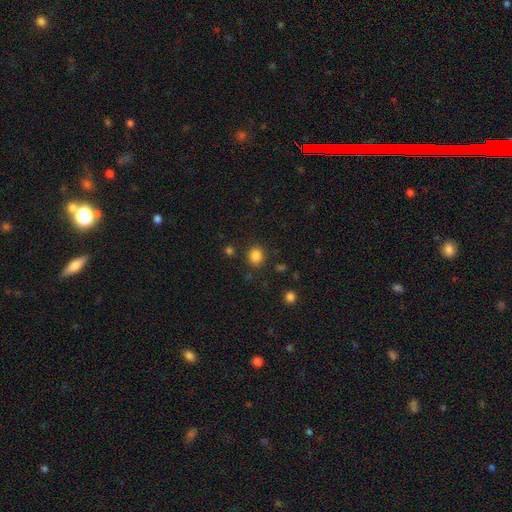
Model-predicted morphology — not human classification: Smooth or featured? Predicted: smooth (p=0.85). How rounded? Predicted: round (p=0.71). Merging? Predicted: none (p=0.86).